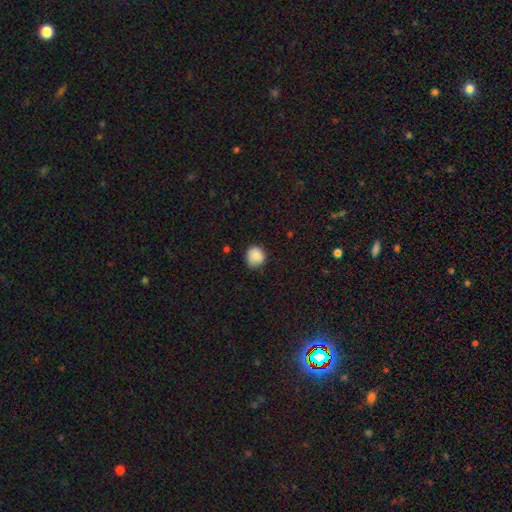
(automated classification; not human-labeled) smooth-or-featured: smooth: 88% | star or artifact: 9% | featured or disk: 4%
  how-rounded: round: 87% | in between: 12% | cigar-shaped: 1%
  merging: none: 74% | minor disturbance: 21% | major disturbance: 4% | merger: 1%